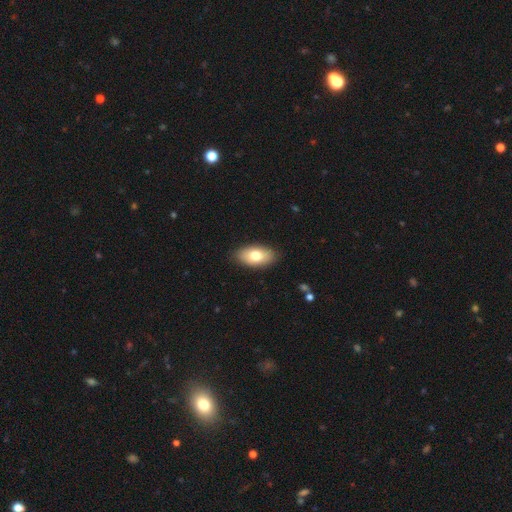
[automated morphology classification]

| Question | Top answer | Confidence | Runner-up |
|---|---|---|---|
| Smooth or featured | smooth | 74% | featured or disk (19%) |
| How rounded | in between | 93% | round (4%) |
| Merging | none | 87% | minor disturbance (10%) |